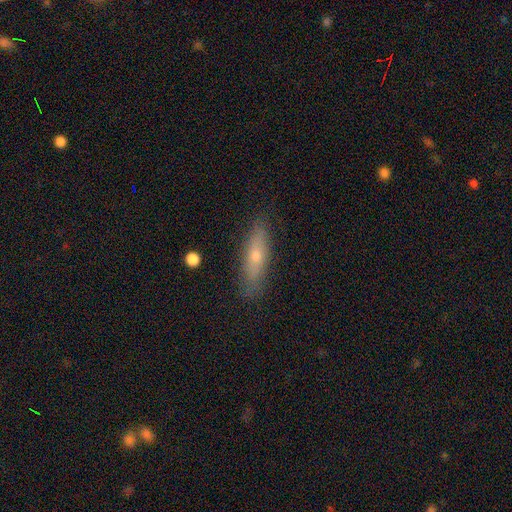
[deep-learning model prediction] Smooth or featured? Predicted: smooth (p=0.60). How rounded? Predicted: cigar-shaped (p=0.65). Merging? Predicted: none (p=0.84).